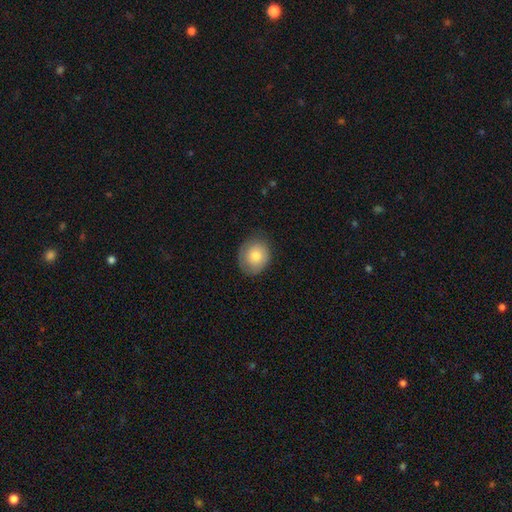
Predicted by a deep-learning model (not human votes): Smooth or featured: smooth — 73% (featured or disk — 20%)
How rounded: round — 62% (in between — 37%)
Merging: none — 76% (minor disturbance — 19%)